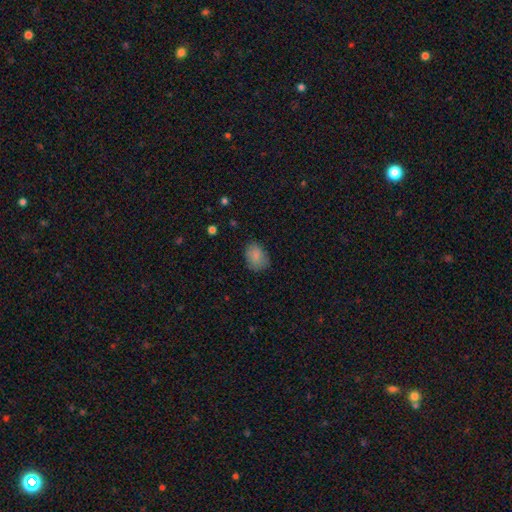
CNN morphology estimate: A smooth galaxy with no disk features (84%) that is in between round and cigar-shaped (65%).

Vote fractions:
- Smooth or featured? smooth: 84% / star or artifact: 9% / featured or disk: 7%
- How rounded? in between: 65% / round: 34% / cigar-shaped: 1%
- Merging? none: 77% / minor disturbance: 18% / major disturbance: 4% / merger: 1%